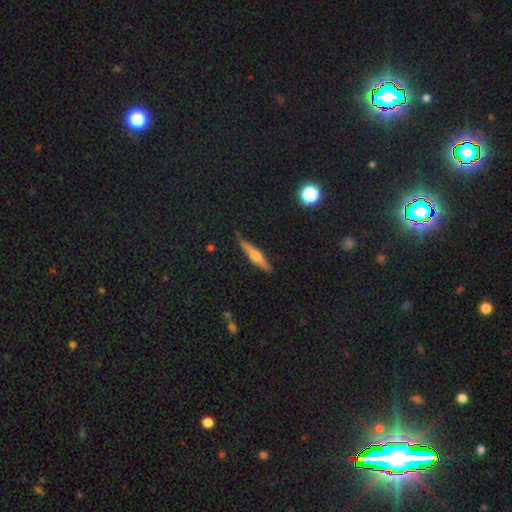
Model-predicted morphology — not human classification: Overall: featured or disk (57%; smooth 35%). Edge-on disk: yes (95%). Edge-on bulge: rounded (88%). Merging: none (85%).